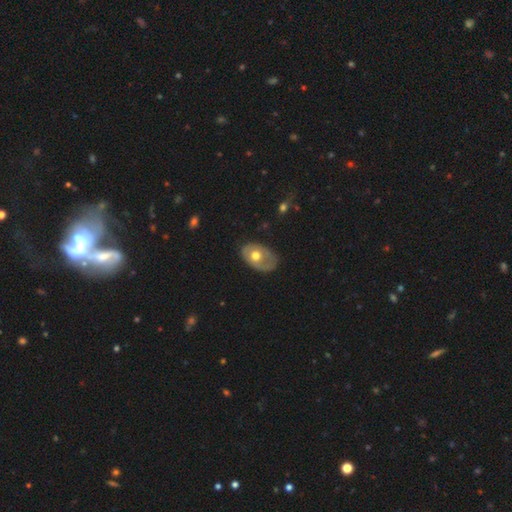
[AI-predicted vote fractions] A smooth galaxy with no disk features (49%). Merging: none (59%).